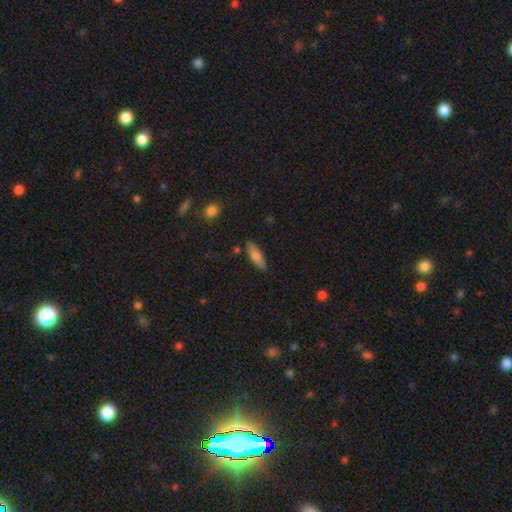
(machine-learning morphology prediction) This appears to be a smooth galaxy with no disk features (75%) that is in between round and cigar-shaped (52%). Merging: none (83%).